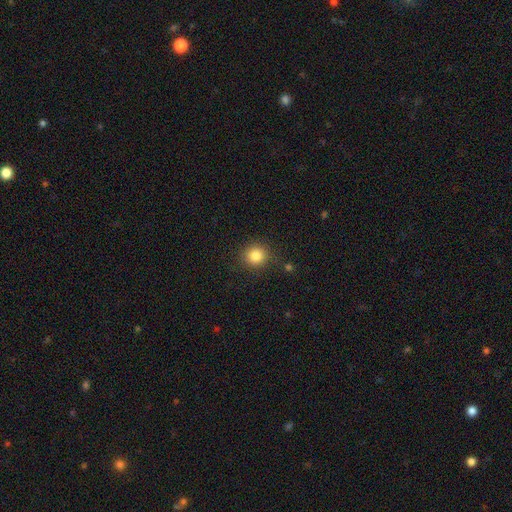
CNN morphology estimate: The model was most divided on "smooth or featured": smooth: 84%, star or artifact: 11%, featured or disk: 5%. More confident: how rounded — round (89%); merging — none (87%).